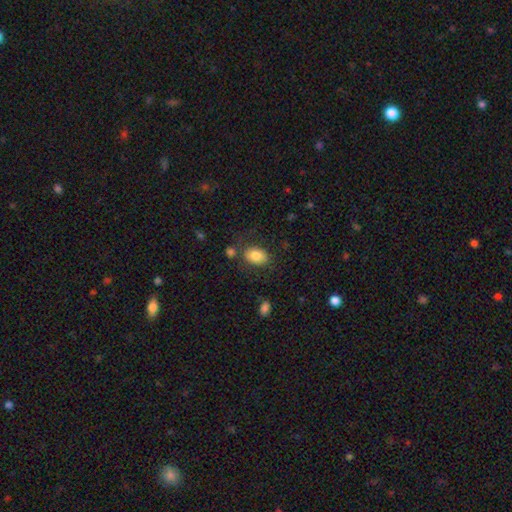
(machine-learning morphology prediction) Q: Smooth or featured?
A: smooth (83%); runner-up: featured or disk (9%)
Q: How rounded?
A: in between (80%); runner-up: round (19%)
Q: Merging?
A: none (73%); runner-up: minor disturbance (14%)